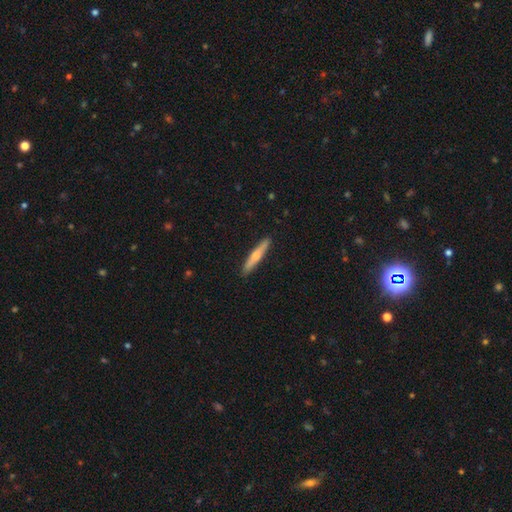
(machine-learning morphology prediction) This is possibly a smooth galaxy (55%). How rounded: clearly cigar-shaped (93%). Merging: clearly none (91%).